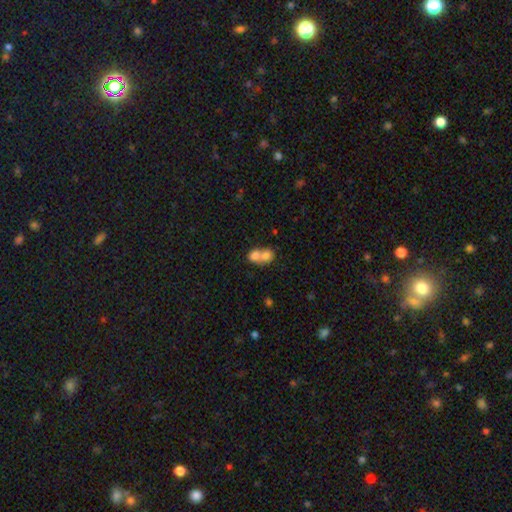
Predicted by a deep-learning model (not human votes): Overall: smooth (75%). How rounded: in between (49%, tied with round). Merging: merger (73%).